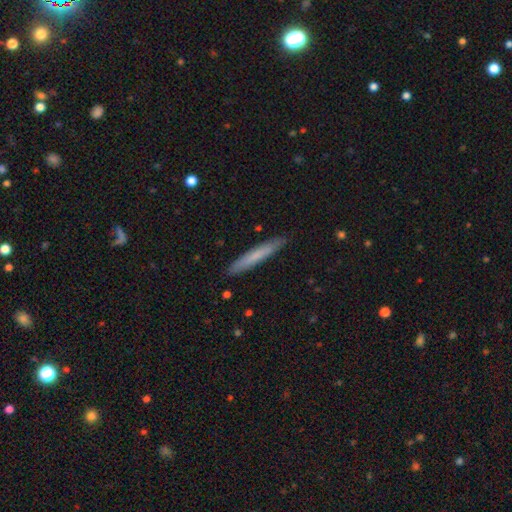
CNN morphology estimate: A smooth galaxy with no disk features (69%) that is cigar-shaped (95%).

Vote fractions:
- Smooth or featured? smooth: 69% / featured or disk: 25% / star or artifact: 6%
- How rounded? cigar-shaped: 95% / in between: 4% / round: 1%
- Merging? none: 90% / minor disturbance: 7% / major disturbance: 1% / merger: 1%